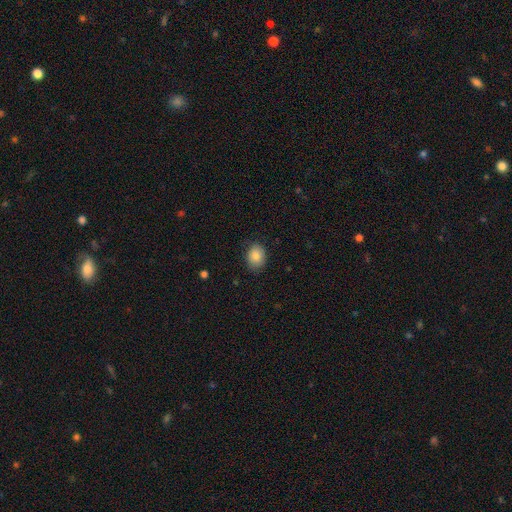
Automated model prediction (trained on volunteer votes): smooth 85%, star or artifact 8%, featured or disk 7%. Down the decision tree: how rounded — in between (61%); merging — none (80%).